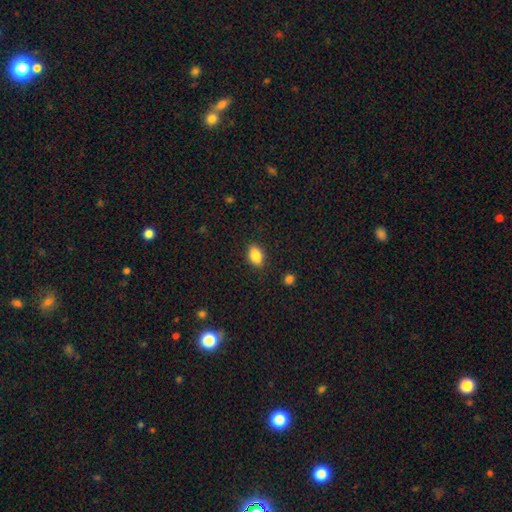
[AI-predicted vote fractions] Smooth or featured? Predicted: smooth (p=0.86). How rounded? Predicted: in between (p=0.86). Merging? Predicted: none (p=0.85).